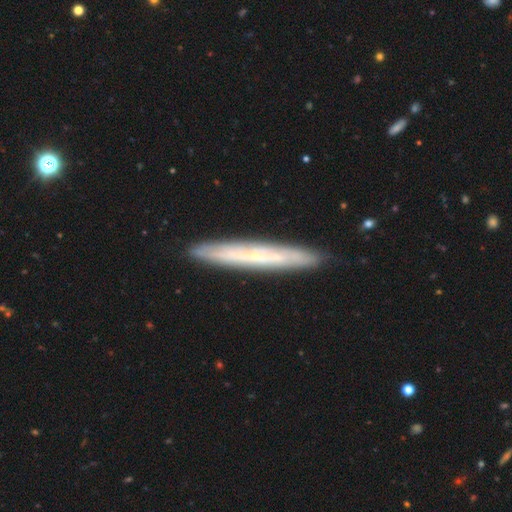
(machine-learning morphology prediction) type=featured or disk (59%); edge-on=yes (85%); edge-on bulge=none (74%); merging=none (90%).